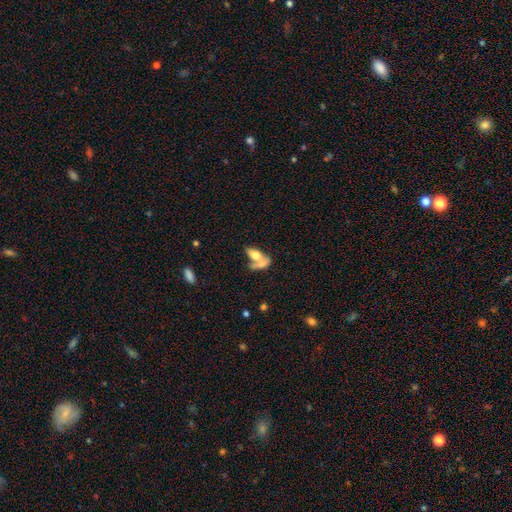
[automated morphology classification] smooth-or-featured: smooth: 66% | featured or disk: 27% | star or artifact: 7%
  how-rounded: in between: 81% | cigar-shaped: 13% | round: 6%
  merging: merger: 64% | none: 23% | minor disturbance: 8% | major disturbance: 6%